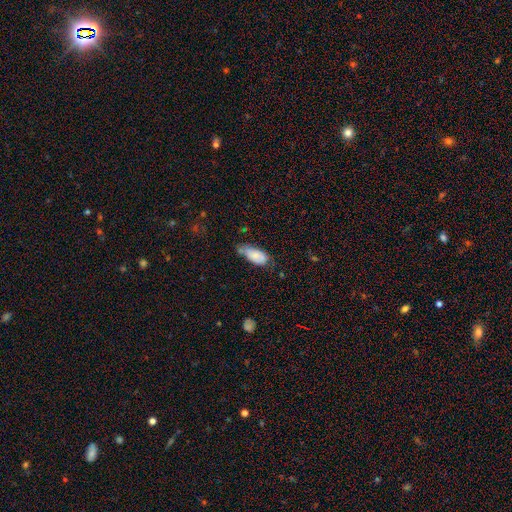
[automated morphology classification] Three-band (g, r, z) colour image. It shows a smooth galaxy with no disk features (73%) that is in between round and cigar-shaped (89%). Merging: none (43%).